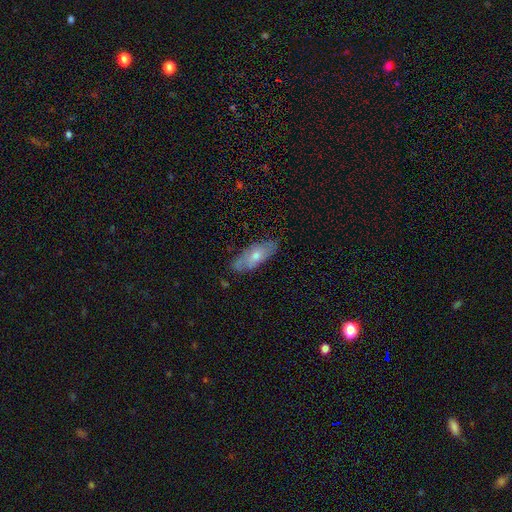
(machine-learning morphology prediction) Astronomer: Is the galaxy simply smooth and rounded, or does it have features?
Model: featured or disk — 47% (runner-up: smooth, 46%).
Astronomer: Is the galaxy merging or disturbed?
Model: none — 76%.